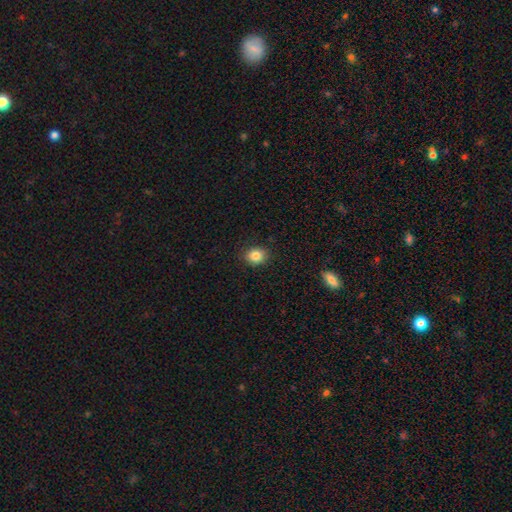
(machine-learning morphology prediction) A smooth galaxy with no disk features (84%) that is round (61%).

Vote fractions:
- Smooth or featured? smooth: 84% / star or artifact: 10% / featured or disk: 6%
- How rounded? round: 61% / in between: 38% / cigar-shaped: 1%
- Merging? none: 88% / minor disturbance: 9% / major disturbance: 2% / merger: 1%